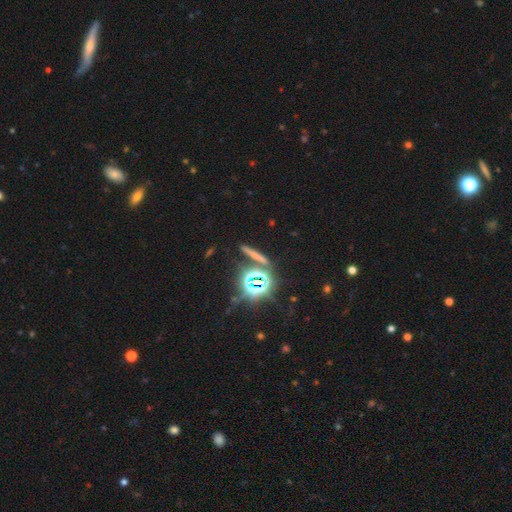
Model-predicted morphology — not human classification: Smooth or featured? smooth (42%)
Merging? none (81%)